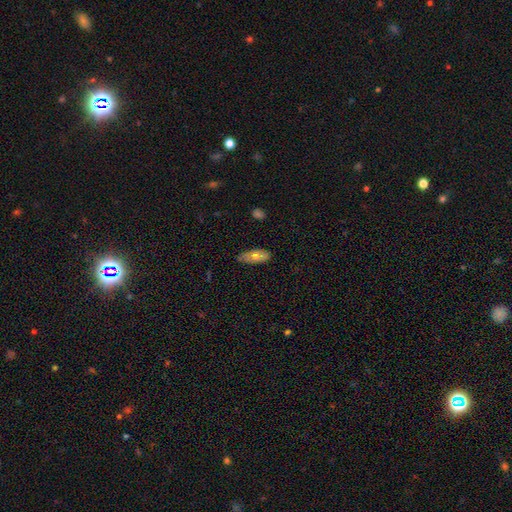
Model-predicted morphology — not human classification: Q: Smooth or featured?
A: smooth (62%); runner-up: featured or disk (32%)
Q: How rounded?
A: in between (71%); runner-up: cigar-shaped (26%)
Q: Merging?
A: none (78%); runner-up: minor disturbance (18%)